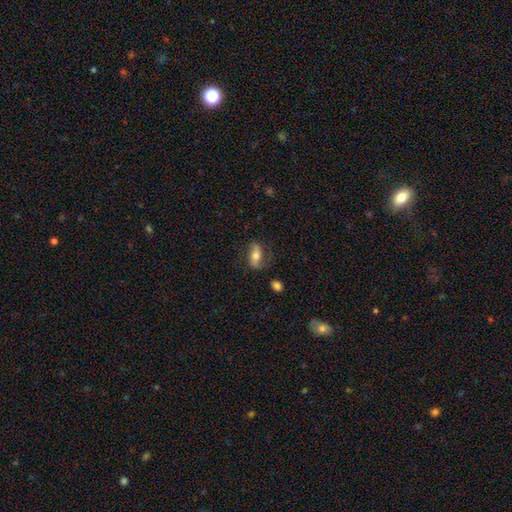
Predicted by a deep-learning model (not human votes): smooth 51%, featured or disk 42%, star or artifact 7%. Down the decision tree: how rounded — in between (82%); merging — none (67%).